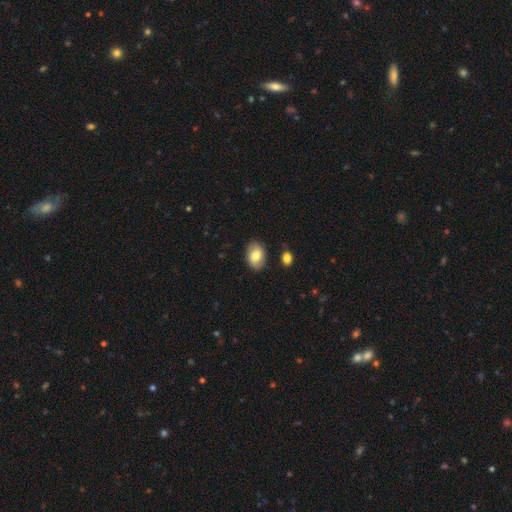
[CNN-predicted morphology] Smooth or featured: smooth — 77% (featured or disk — 16%)
How rounded: in between — 85% (round — 13%)
Merging: none — 84% (minor disturbance — 11%)